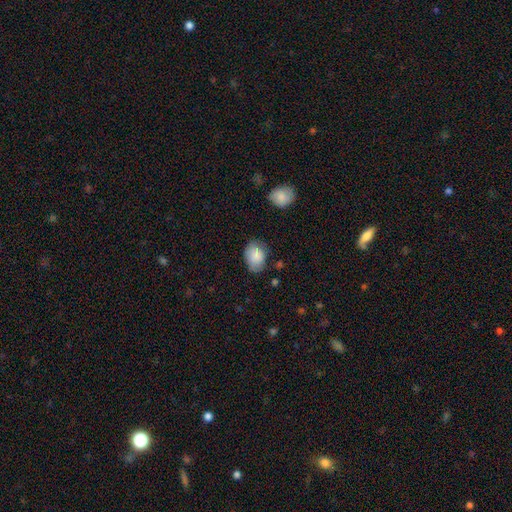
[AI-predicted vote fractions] This appears to be a smooth galaxy with no disk features (85%) that is in between round and cigar-shaped (73%). Merging: none (63%).